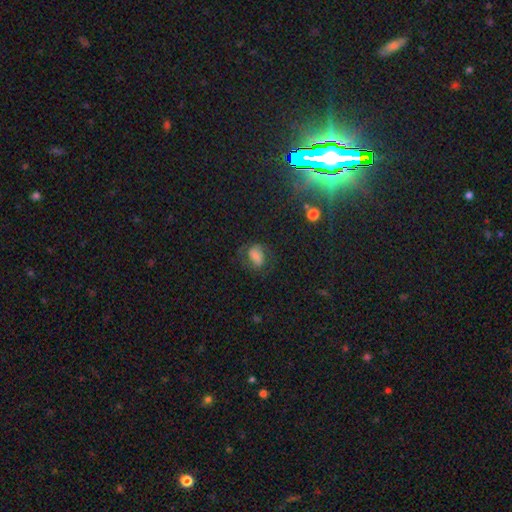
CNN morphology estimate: Smooth or featured?
  - smooth: 51% *
  - featured or disk: 30%
  - star or artifact: 19%
How rounded?
  - in between: 66% *
  - round: 32%
  - cigar-shaped: 2%
Merging?
  - none: 58% *
  - minor disturbance: 22%
  - major disturbance: 17%
  - merger: 2%